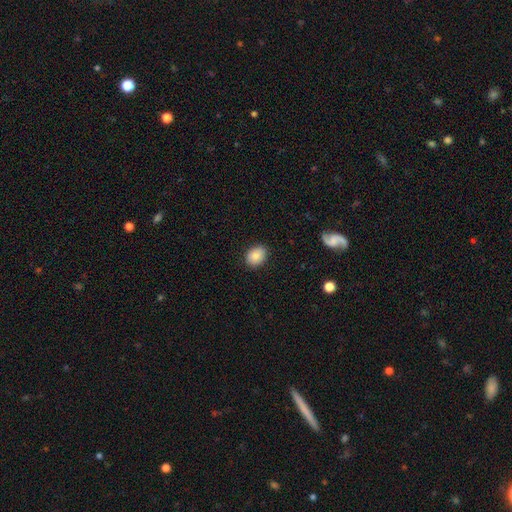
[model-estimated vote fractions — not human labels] A smooth galaxy with no disk features (83%) that is in between round and cigar-shaped (58%).

Vote fractions:
- Smooth or featured? smooth: 83% / featured or disk: 9% / star or artifact: 8%
- How rounded? in between: 58% / round: 41% / cigar-shaped: 1%
- Merging? none: 86% / minor disturbance: 11% / major disturbance: 2% / merger: 1%